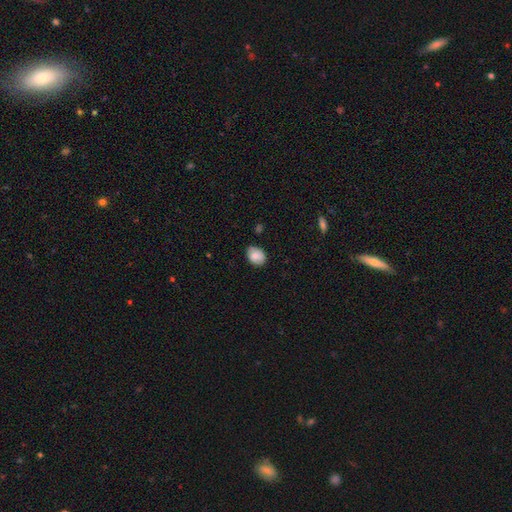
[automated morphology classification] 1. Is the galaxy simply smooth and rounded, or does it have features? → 82% smooth, 11% featured or disk, 8% star or artifact.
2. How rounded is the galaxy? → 69% in between, 30% round, 1% cigar-shaped.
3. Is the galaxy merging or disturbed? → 77% none, 19% minor disturbance, 3% major disturbance, 1% merger.